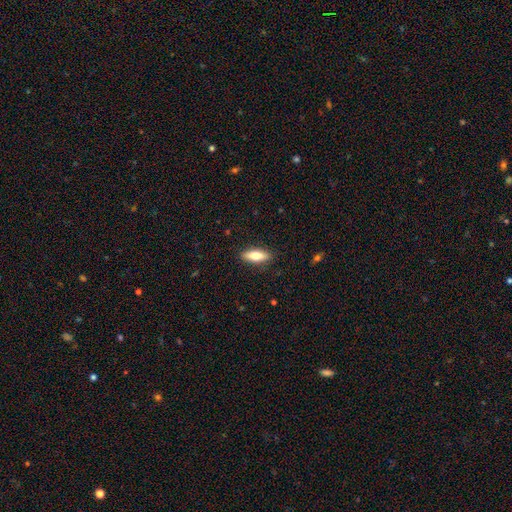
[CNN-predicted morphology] smooth 72%, featured or disk 22%, star or artifact 6%. Down the decision tree: how rounded — in between (63%); merging — none (89%).